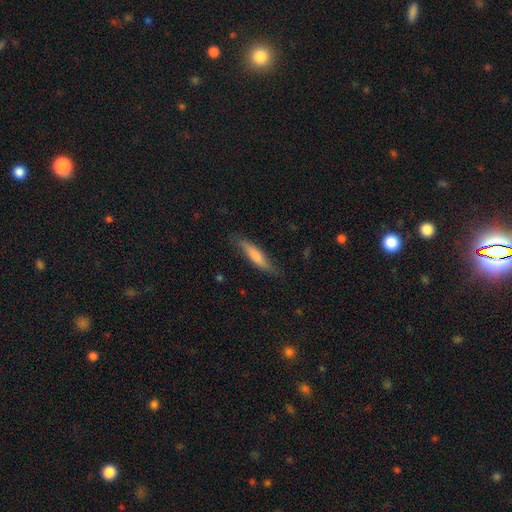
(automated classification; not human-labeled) Q: Smooth or featured?
A: smooth (71%); runner-up: featured or disk (24%)
Q: How rounded?
A: cigar-shaped (83%); runner-up: in between (15%)
Q: Merging?
A: none (78%); runner-up: minor disturbance (17%)